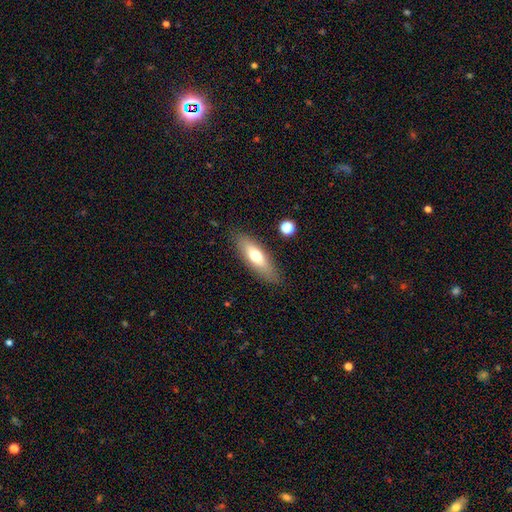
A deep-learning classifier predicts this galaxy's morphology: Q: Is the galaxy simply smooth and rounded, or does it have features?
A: smooth — 63%.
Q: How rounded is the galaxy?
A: in between — 51%.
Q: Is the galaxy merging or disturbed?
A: none — 84%.